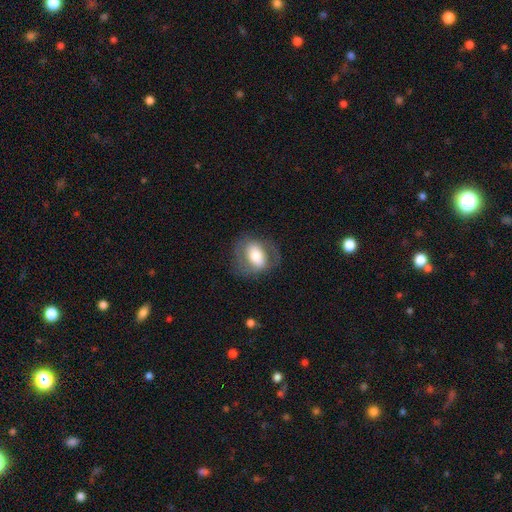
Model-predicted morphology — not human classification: Smooth or featured: smooth — 47% (featured or disk — 46%)
Merging: none — 71% (minor disturbance — 17%)